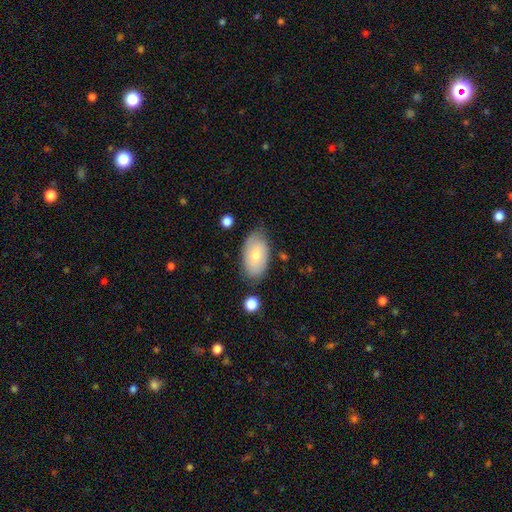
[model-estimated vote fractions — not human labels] Q: Smooth or featured?
A: smooth (67%); runner-up: featured or disk (26%)
Q: How rounded?
A: in between (94%); runner-up: round (5%)
Q: Merging?
A: none (75%); runner-up: minor disturbance (18%)